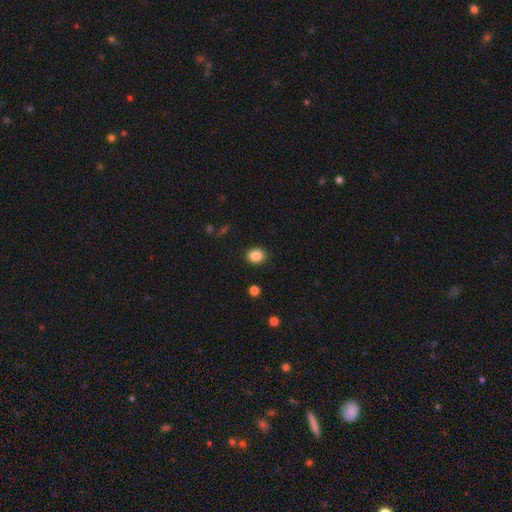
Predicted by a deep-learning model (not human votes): Q: Smooth or featured?
A: smooth (86%); runner-up: star or artifact (10%)
Q: How rounded?
A: round (65%); runner-up: in between (34%)
Q: Merging?
A: none (89%); runner-up: minor disturbance (7%)